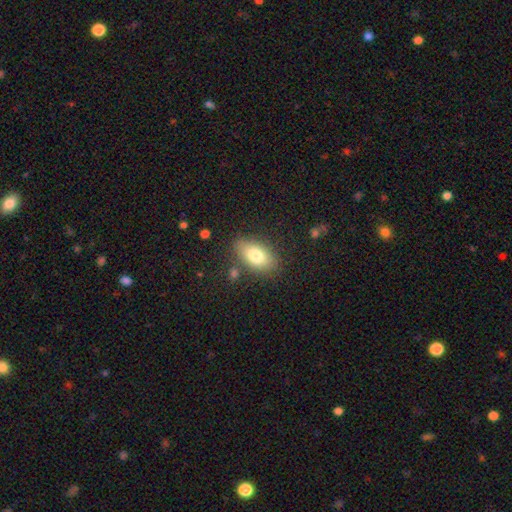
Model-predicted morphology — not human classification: smooth-or-featured: smooth: 79% | featured or disk: 14% | star or artifact: 8%
  how-rounded: in between: 90% | round: 6% | cigar-shaped: 3%
  merging: none: 80% | minor disturbance: 13% | major disturbance: 4% | merger: 4%